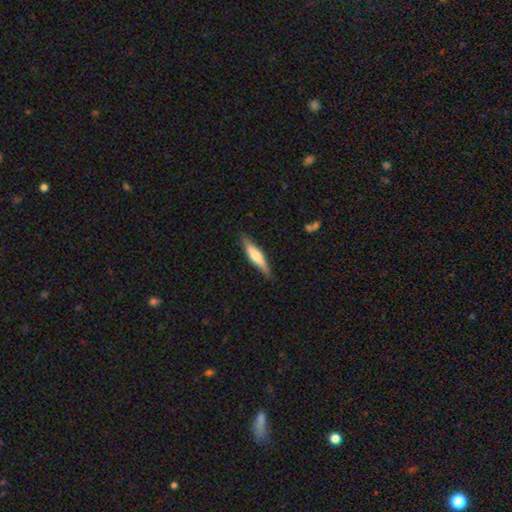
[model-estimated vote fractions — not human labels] Overall: smooth (55%; featured or disk 40%). How rounded: cigar-shaped (82%). Merging: none (86%).